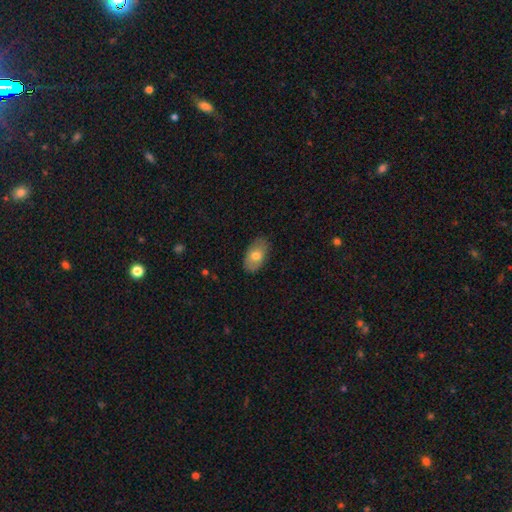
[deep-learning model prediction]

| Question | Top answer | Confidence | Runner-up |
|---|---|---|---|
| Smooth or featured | smooth | 71% | featured or disk (23%) |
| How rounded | in between | 92% | round (6%) |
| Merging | none | 81% | minor disturbance (16%) |